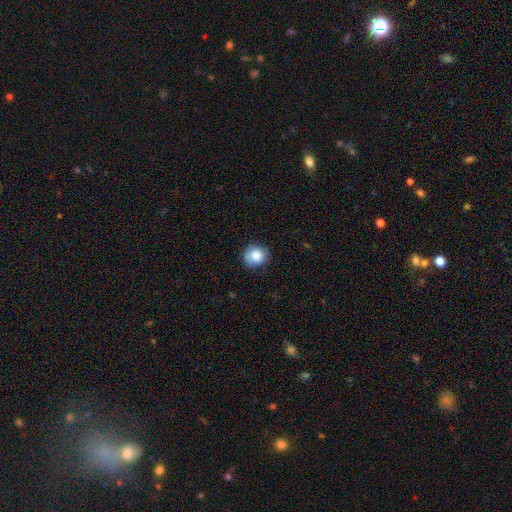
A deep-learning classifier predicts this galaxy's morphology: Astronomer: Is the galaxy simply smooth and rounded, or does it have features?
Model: smooth — 84%.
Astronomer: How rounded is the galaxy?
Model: round — 84%.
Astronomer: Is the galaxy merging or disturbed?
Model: none — 80%.